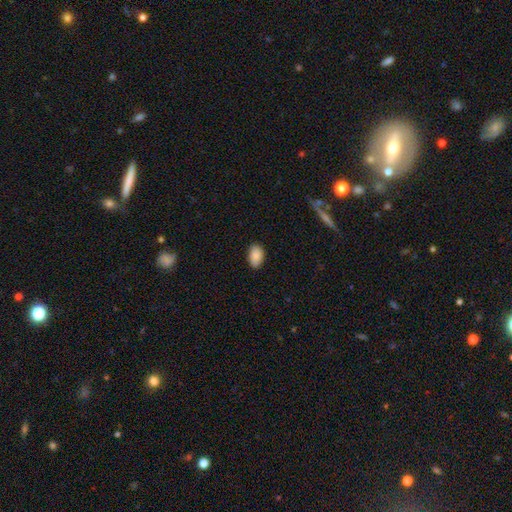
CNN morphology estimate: A smooth galaxy with no disk features (89%) that is in between round and cigar-shaped (92%). Merging: none (85%).